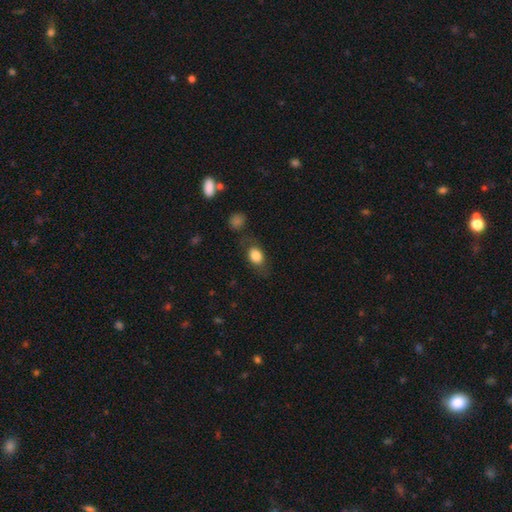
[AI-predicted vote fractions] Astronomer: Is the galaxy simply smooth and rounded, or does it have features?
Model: smooth — 80%.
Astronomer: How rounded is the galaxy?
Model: in between — 76%.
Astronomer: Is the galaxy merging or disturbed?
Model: none — 68%.